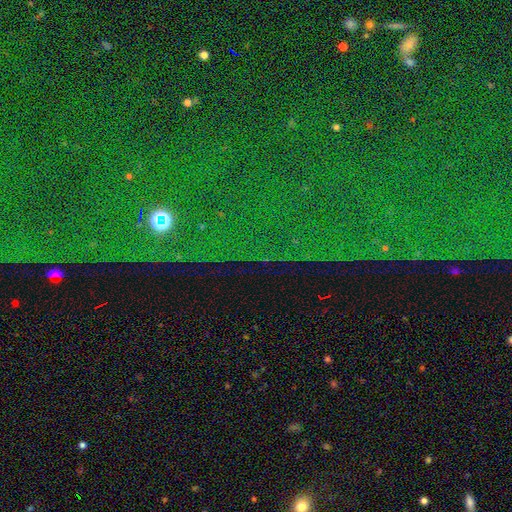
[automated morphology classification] Overall: star or artifact (83%).